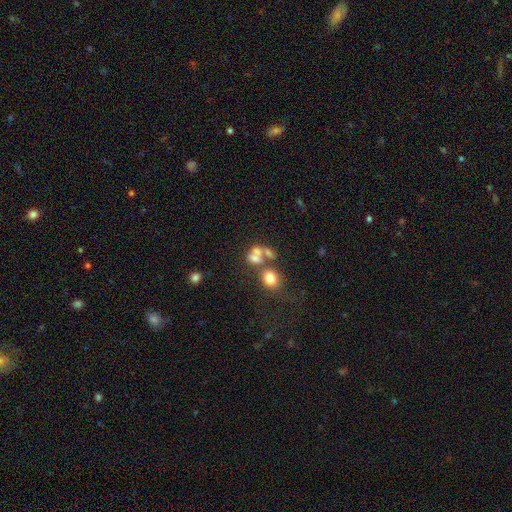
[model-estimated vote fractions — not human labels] Smooth or featured: smooth — 60% (featured or disk — 24%)
How rounded: in between — 55% (round — 43%)
Merging: merger — 53% (none — 26%)